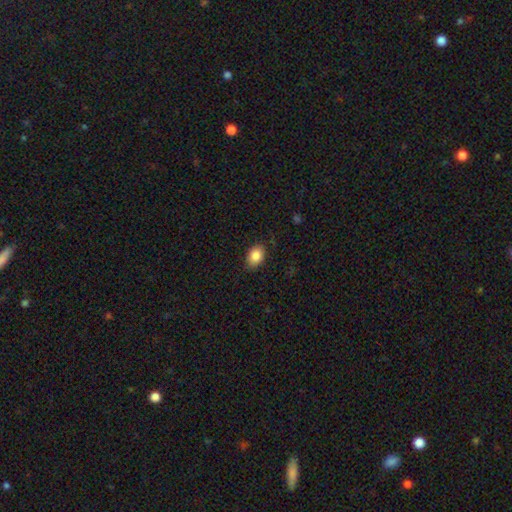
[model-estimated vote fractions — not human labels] Morphology: type=smooth (86%); roundness=in between (74%); merging=none (83%).